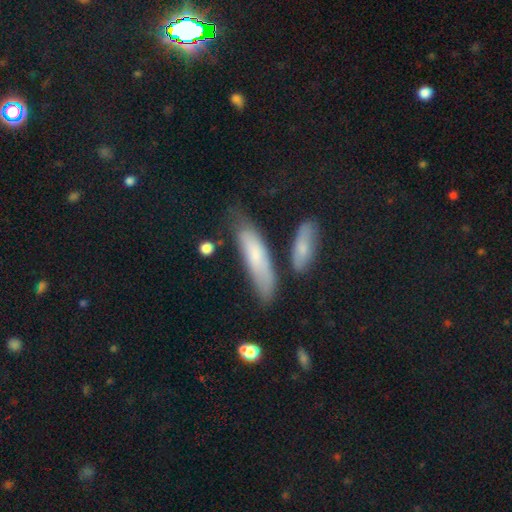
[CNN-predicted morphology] Smooth or featured: smooth — 68% (featured or disk — 24%)
How rounded: cigar-shaped — 64% (in between — 34%)
Merging: none — 62% (minor disturbance — 23%)